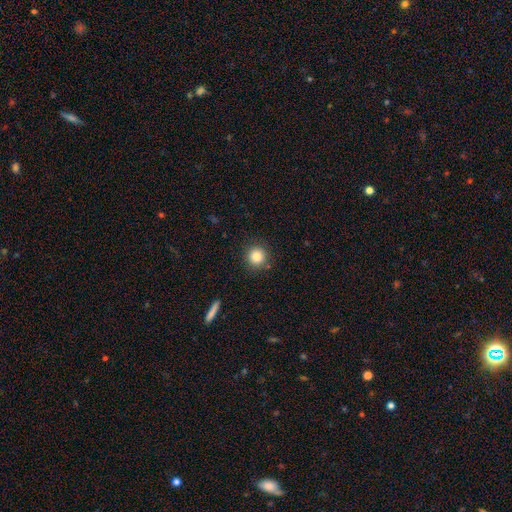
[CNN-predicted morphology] type=smooth (84%); roundness=round (94%); merging=none (89%).